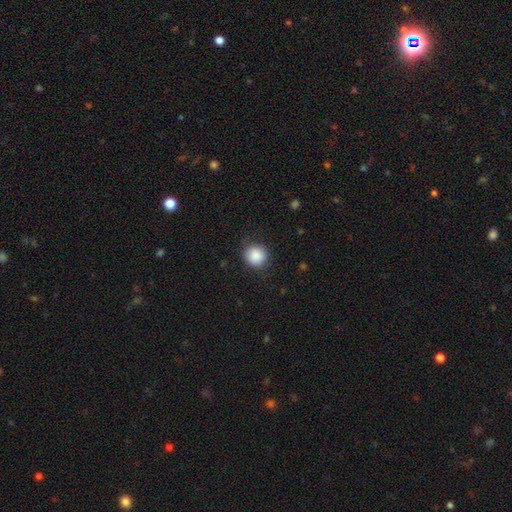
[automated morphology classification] The model was most divided on "merging": none: 82%, minor disturbance: 13%, major disturbance: 4%, merger: 1%. More confident: how rounded — round (90%); smooth or featured — smooth (88%).